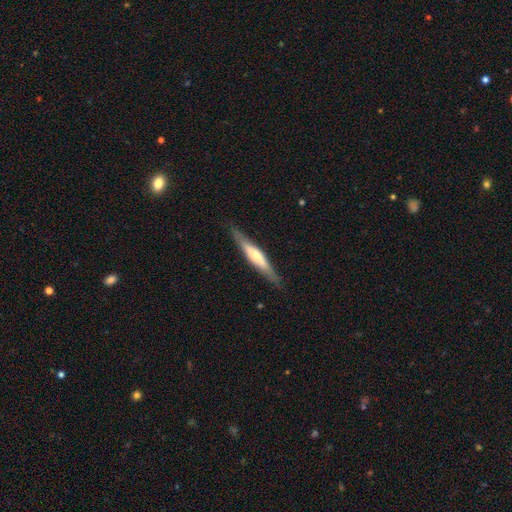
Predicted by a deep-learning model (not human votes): Smooth or featured? featured or disk (58%)
Edge-on disk? yes (94%)
Edge-on bulge? rounded (73%)
Merging? none (87%)